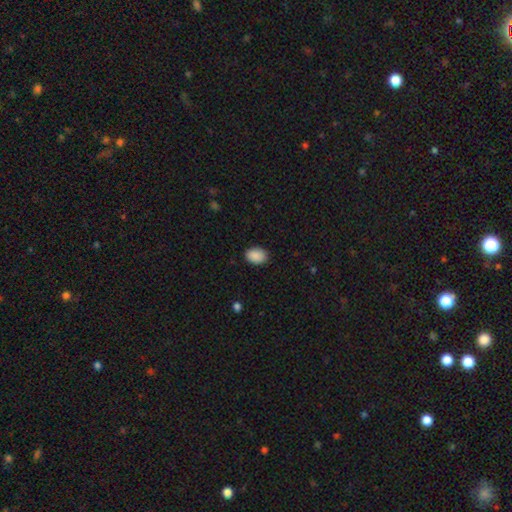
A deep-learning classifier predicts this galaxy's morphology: smooth 90%, star or artifact 7%, featured or disk 3%. Down the decision tree: how rounded — in between (76%); merging — none (86%).